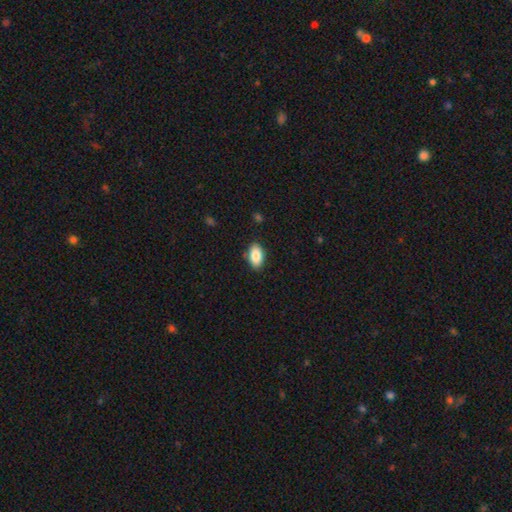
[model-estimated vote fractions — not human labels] smooth_or_featured: smooth (p=0.86) [alt: featured or disk p=0.07]
how_rounded: in between (p=0.92) [alt: round p=0.06]
merging: none (p=0.86) [alt: minor disturbance p=0.11]